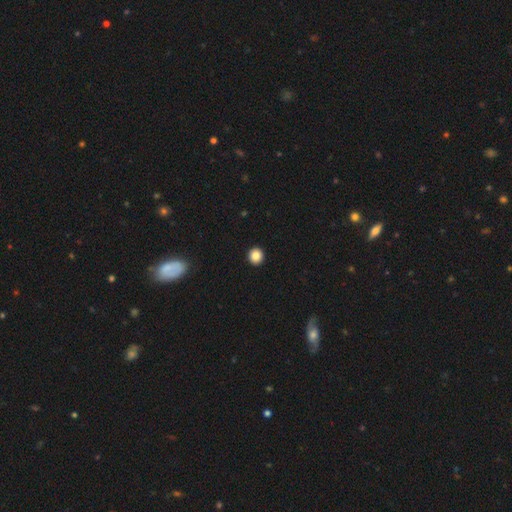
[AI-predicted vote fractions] Smooth or featured: smooth — 86% (star or artifact — 10%)
How rounded: round — 94% (in between — 5%)
Merging: none — 94% (minor disturbance — 4%)